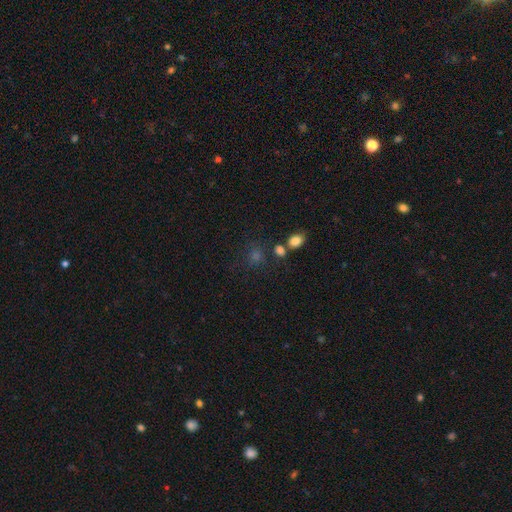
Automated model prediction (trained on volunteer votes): This appears to be a smooth galaxy with no disk features (56%) that is round (84%). Merging: none (71%).